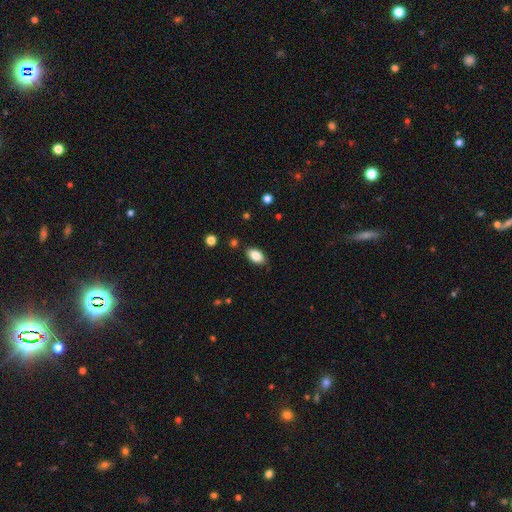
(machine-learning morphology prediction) smooth-or-featured: smooth: 86% | star or artifact: 8% | featured or disk: 7%
  how-rounded: in between: 93% | round: 5% | cigar-shaped: 2%
  merging: none: 86% | minor disturbance: 10% | major disturbance: 2% | merger: 2%